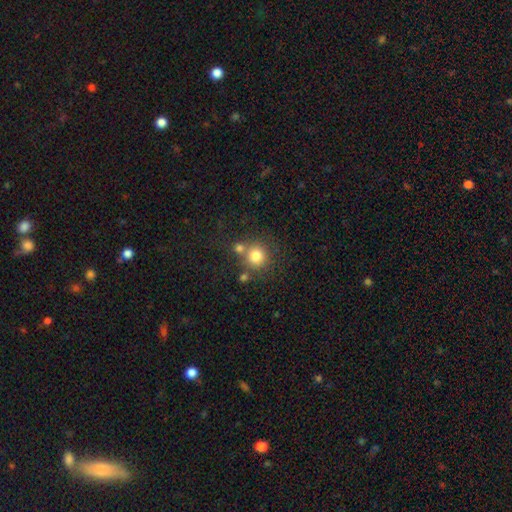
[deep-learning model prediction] A smooth galaxy with no disk features (79%) that is round (90%). Merging: none (62%).